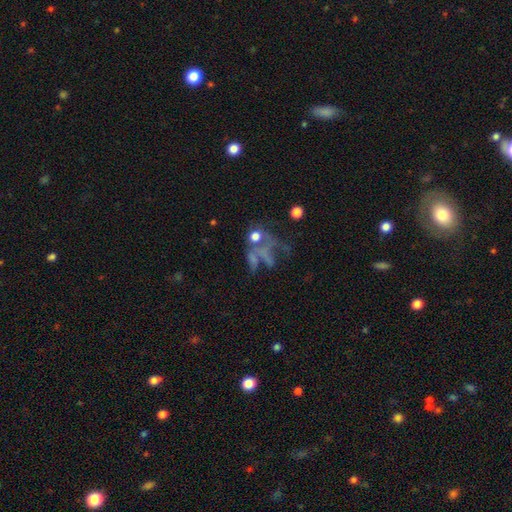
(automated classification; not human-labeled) featured or disk 39%, star or artifact 32%, smooth 29%. Down the decision tree: merging — major disturbance (39%).